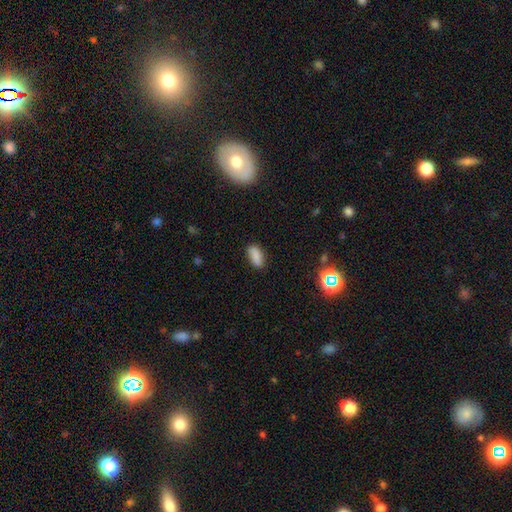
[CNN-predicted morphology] Smooth or featured? Predicted: smooth (p=0.84). How rounded? Predicted: in between (p=0.86). Merging? Predicted: none (p=0.82).